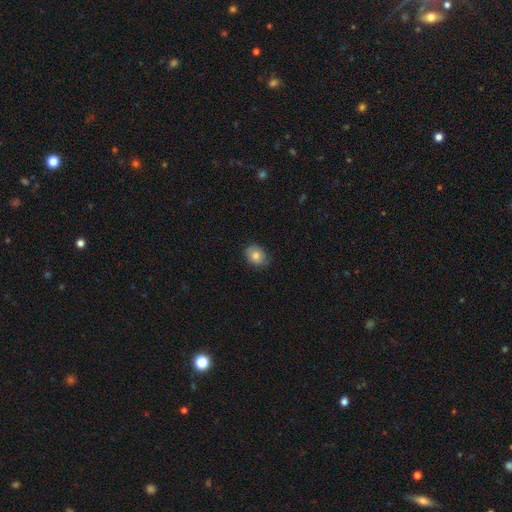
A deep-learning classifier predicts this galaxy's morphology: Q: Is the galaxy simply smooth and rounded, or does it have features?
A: smooth — 77%.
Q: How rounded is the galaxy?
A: in between — 55%.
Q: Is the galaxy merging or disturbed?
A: none — 76%.